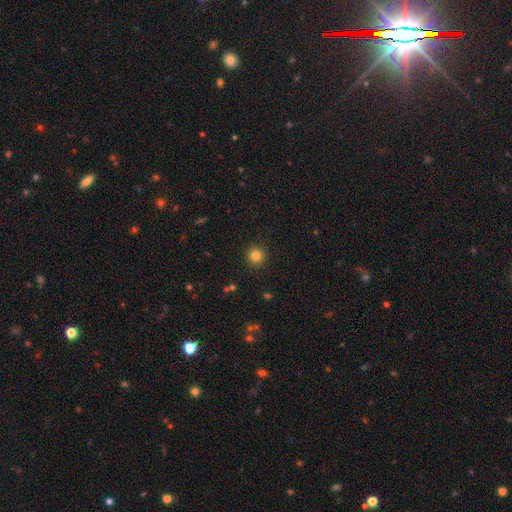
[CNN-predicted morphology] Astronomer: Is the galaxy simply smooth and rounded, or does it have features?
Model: smooth — 82%.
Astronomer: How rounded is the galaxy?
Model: round — 94%.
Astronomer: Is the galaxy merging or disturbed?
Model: none — 91%.